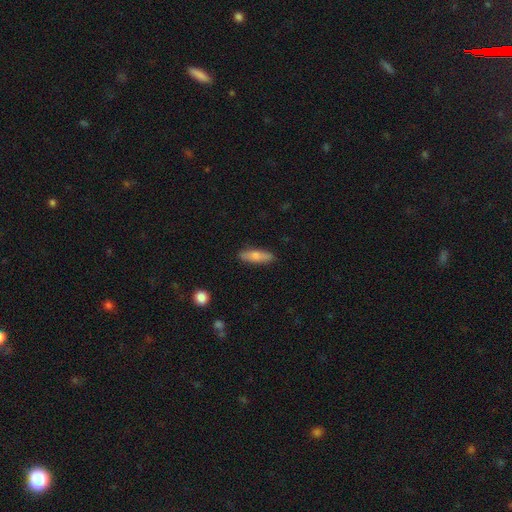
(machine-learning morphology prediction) This appears to be a smooth galaxy with no disk features (72%) that is cigar-shaped (57%). Merging: none (88%).